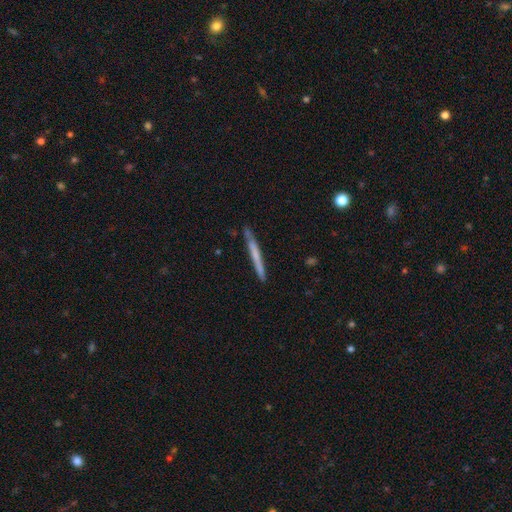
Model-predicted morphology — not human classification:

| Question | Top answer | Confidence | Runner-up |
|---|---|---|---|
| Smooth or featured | smooth | 52% | featured or disk (42%) |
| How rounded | cigar-shaped | 97% | in between (2%) |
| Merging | none | 86% | minor disturbance (10%) |